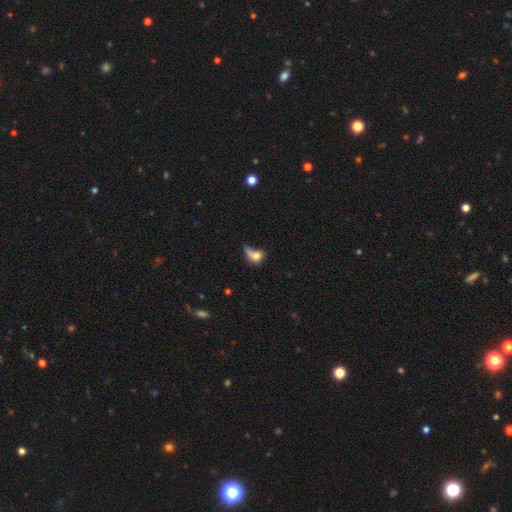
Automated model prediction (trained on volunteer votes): Overall: smooth (69%). How rounded: in between (49%; round 47%). Merging: major disturbance (31%; none 27%).